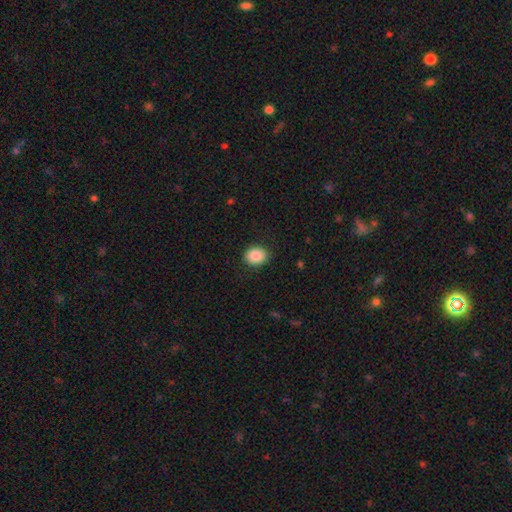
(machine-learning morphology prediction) The model was most divided on "how rounded": round: 59%, in between: 40%, cigar-shaped: 1%. More confident: merging — none (89%); smooth or featured — smooth (86%).